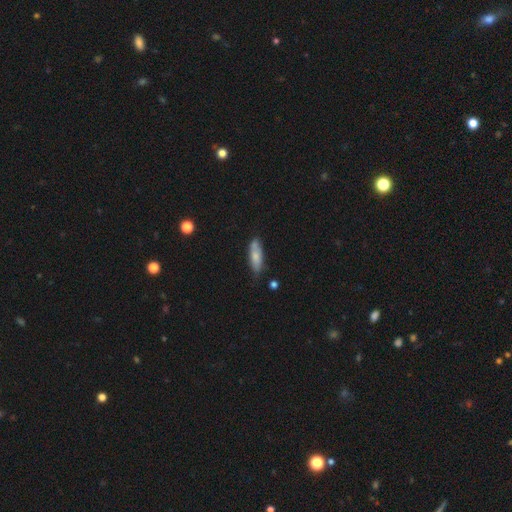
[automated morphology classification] A smooth galaxy with no disk features (70%) that is in between round and cigar-shaped (53%).

Vote fractions:
- Smooth or featured? smooth: 70% / featured or disk: 23% / star or artifact: 6%
- How rounded? in between: 53% / cigar-shaped: 45% / round: 2%
- Merging? none: 65% / minor disturbance: 24% / merger: 6% / major disturbance: 5%